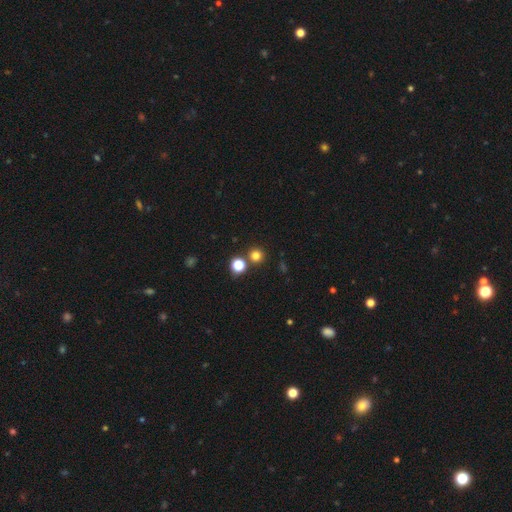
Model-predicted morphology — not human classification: Smooth or featured?
  - smooth: 77% *
  - star or artifact: 18%
  - featured or disk: 5%
How rounded?
  - round: 93% *
  - in between: 6%
  - cigar-shaped: 1%
Merging?
  - none: 81% *
  - merger: 11%
  - minor disturbance: 6%
  - major disturbance: 3%